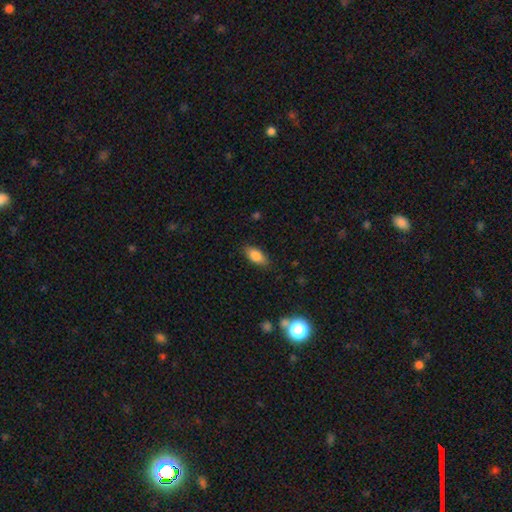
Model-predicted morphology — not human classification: type=smooth (82%); roundness=in between (86%); merging=none (83%).